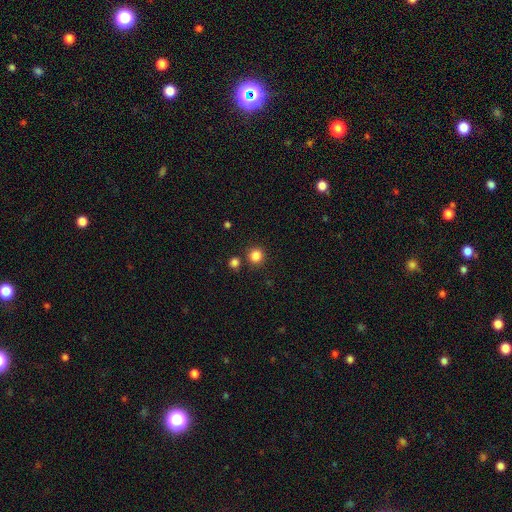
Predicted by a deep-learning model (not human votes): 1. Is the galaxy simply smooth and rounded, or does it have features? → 85% smooth, 12% star or artifact, 3% featured or disk.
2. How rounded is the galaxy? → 93% round, 7% in between, 1% cigar-shaped.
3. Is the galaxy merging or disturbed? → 83% none, 7% merger, 7% minor disturbance, 3% major disturbance.